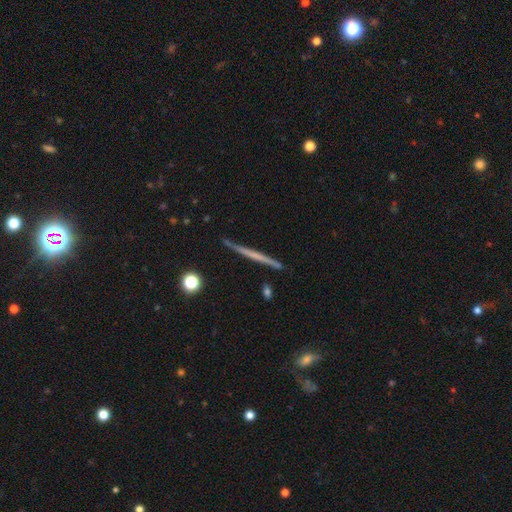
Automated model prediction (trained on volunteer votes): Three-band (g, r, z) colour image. It shows a featured or disk galaxy (60%) viewed edge-on (98%) with no central bulge (84%). Merging: none (90%).